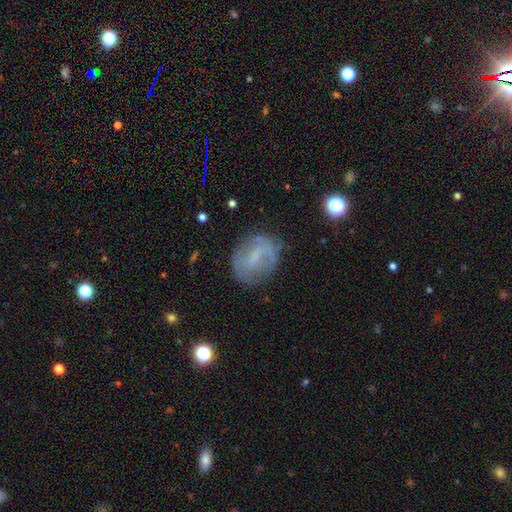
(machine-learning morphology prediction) Smooth or featured? featured or disk (49%)
Merging? none (74%)